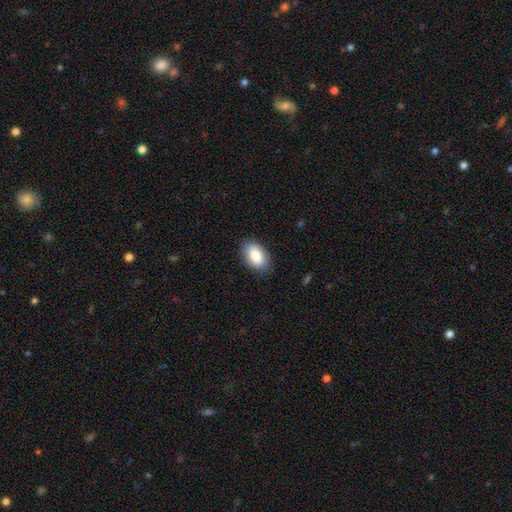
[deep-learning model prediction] A smooth galaxy with no disk features (83%) that is in between round and cigar-shaped (92%).

Vote fractions:
- Smooth or featured? smooth: 83% / featured or disk: 10% / star or artifact: 7%
- How rounded? in between: 92% / round: 7% / cigar-shaped: 1%
- Merging? none: 85% / minor disturbance: 11% / major disturbance: 2% / merger: 1%